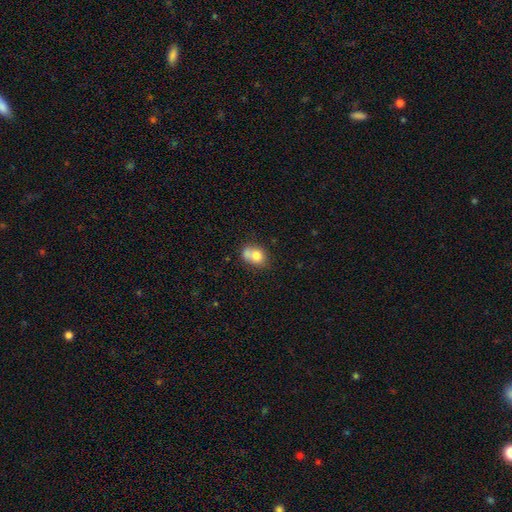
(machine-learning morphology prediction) This is likely a smooth galaxy (74%). How rounded: possibly round (51%). Merging: marginally none (39%).